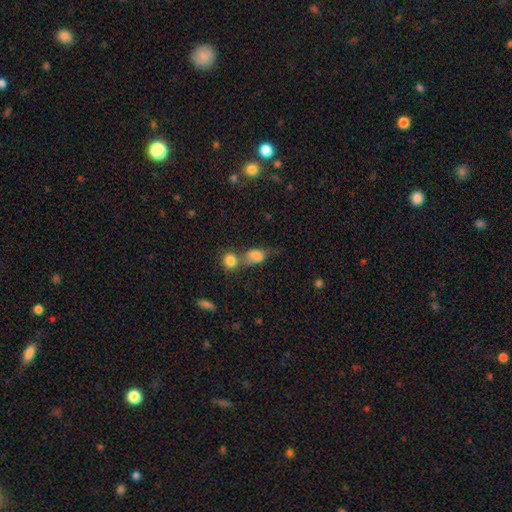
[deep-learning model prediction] This appears to be a smooth galaxy with no disk features (79%) that is in between round and cigar-shaped (67%). Merging: merger (47%).